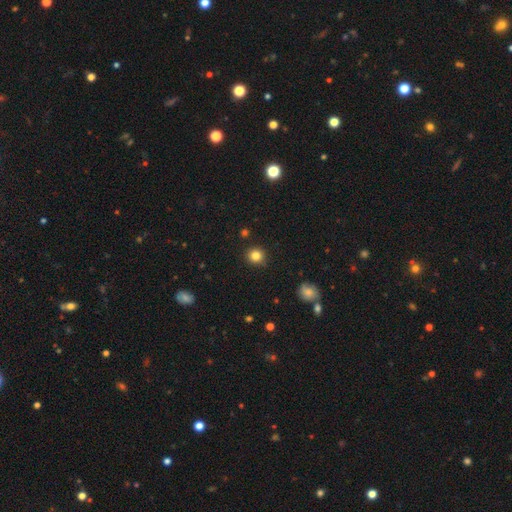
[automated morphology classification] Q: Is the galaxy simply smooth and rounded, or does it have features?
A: smooth — 83%.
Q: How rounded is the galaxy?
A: round — 90%.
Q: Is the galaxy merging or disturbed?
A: none — 91%.